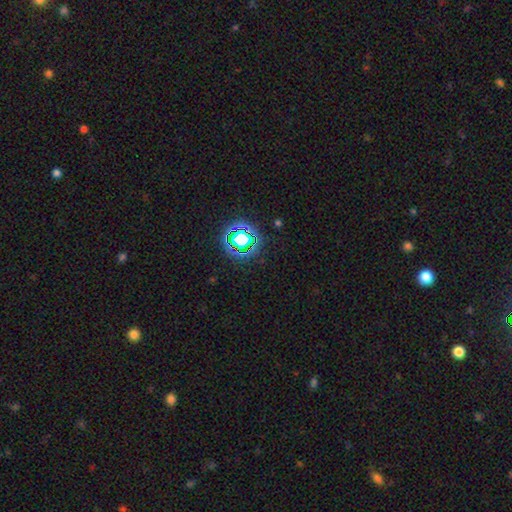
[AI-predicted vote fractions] Q: Smooth or featured?
A: star or artifact (72%); runner-up: smooth (19%)